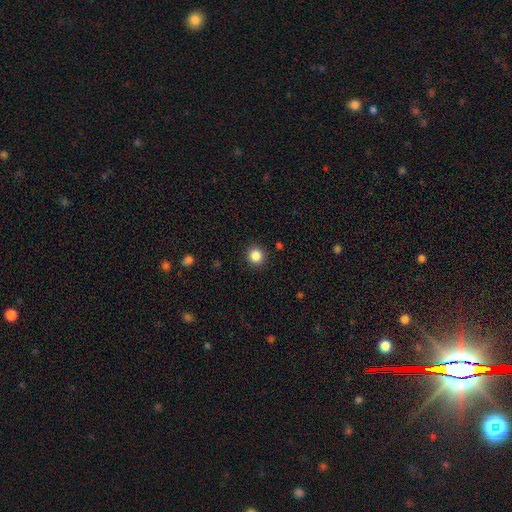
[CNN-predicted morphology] smooth-or-featured: smooth: 86% | star or artifact: 11% | featured or disk: 3%
  how-rounded: round: 93% | in between: 6% | cigar-shaped: 1%
  merging: none: 91% | minor disturbance: 6% | major disturbance: 2% | merger: 1%